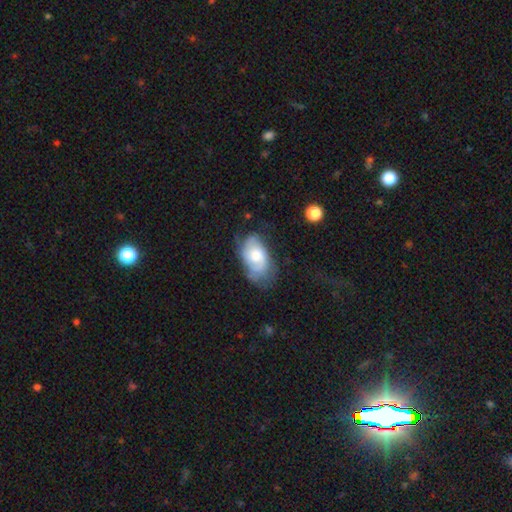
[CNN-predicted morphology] featured or disk 59%, smooth 34%, star or artifact 7%. Down the decision tree: edge-on disk — no (95%); bar — no (71%); spiral arms — yes (84%); bulge size — moderate (54%); merging — none (55%).